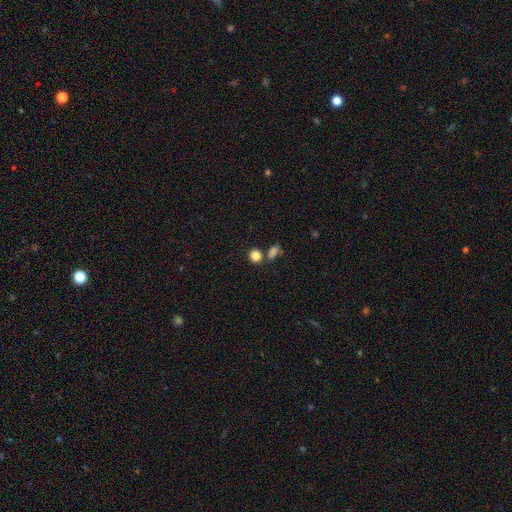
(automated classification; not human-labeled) The model was most divided on "merging": none: 66%, merger: 20%, minor disturbance: 10%, major disturbance: 4%. More confident: smooth or featured — smooth (84%); how rounded — round (73%).